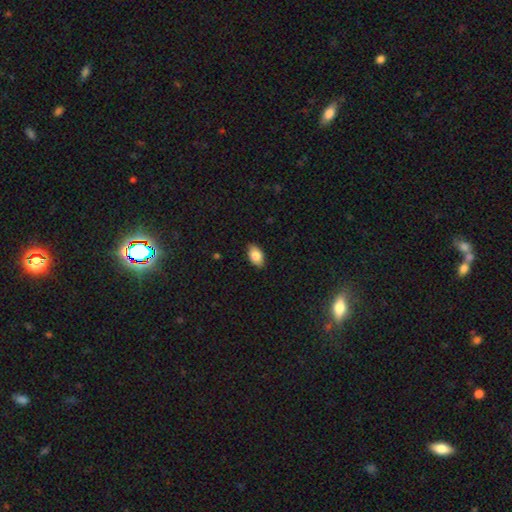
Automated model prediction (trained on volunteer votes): This is clearly a smooth galaxy (85%). How rounded: clearly in between (92%). Merging: clearly none (88%).